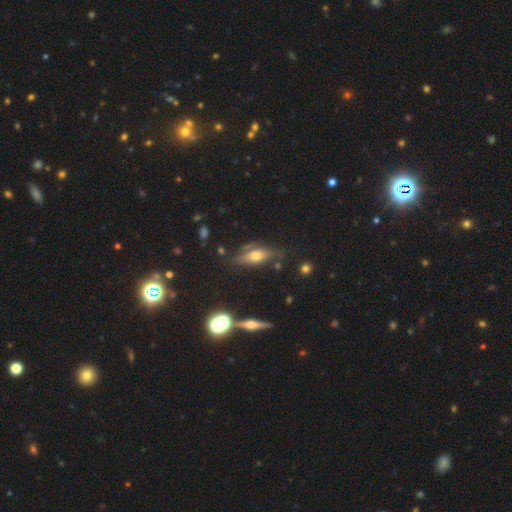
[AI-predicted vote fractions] smooth_or_featured: smooth (p=0.45) [alt: featured or disk p=0.41]
merging: none (p=0.63) [alt: minor disturbance p=0.23]